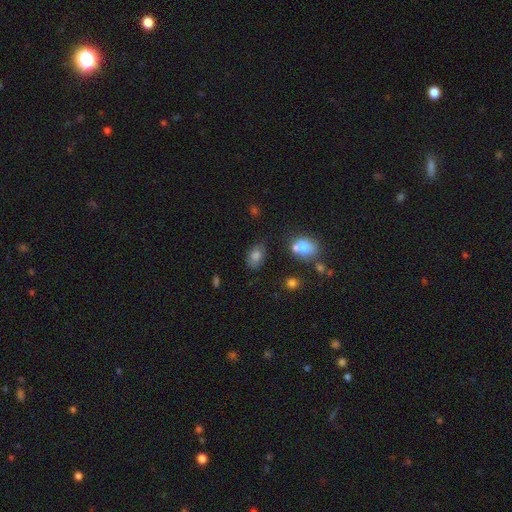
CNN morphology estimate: smooth_or_featured: smooth (p=0.76) [alt: featured or disk p=0.13]
how_rounded: in between (p=0.82) [alt: round p=0.16]
merging: none (p=0.62) [alt: minor disturbance p=0.24]